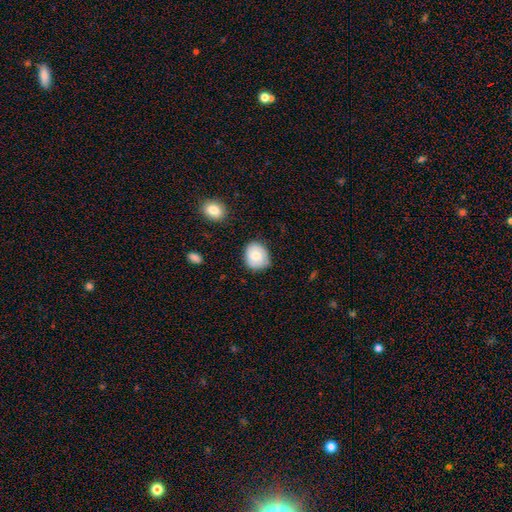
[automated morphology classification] This appears to be a smooth galaxy with no disk features (77%) that is round (62%). Merging: none (75%).